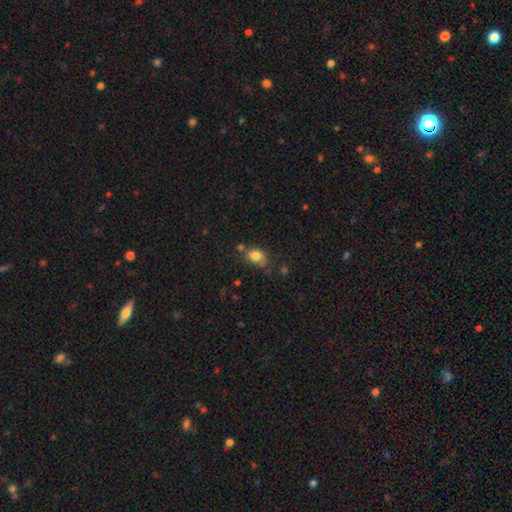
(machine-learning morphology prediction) This appears to be a smooth galaxy with no disk features (81%) that is in between round and cigar-shaped (51%). Merging: none (60%).